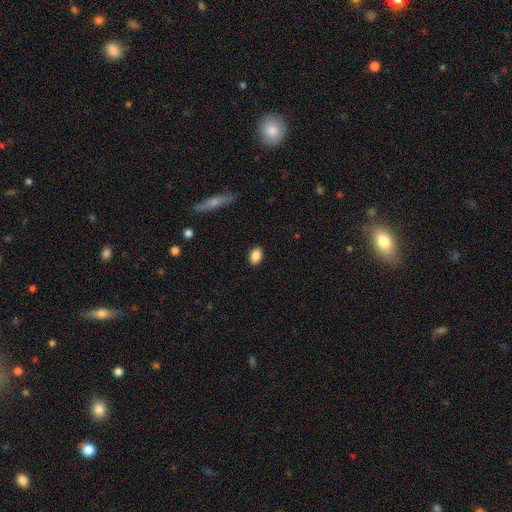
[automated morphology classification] The model was most divided on "how rounded": in between: 87%, round: 11%, cigar-shaped: 2%. More confident: merging — none (88%); smooth or featured — smooth (87%).